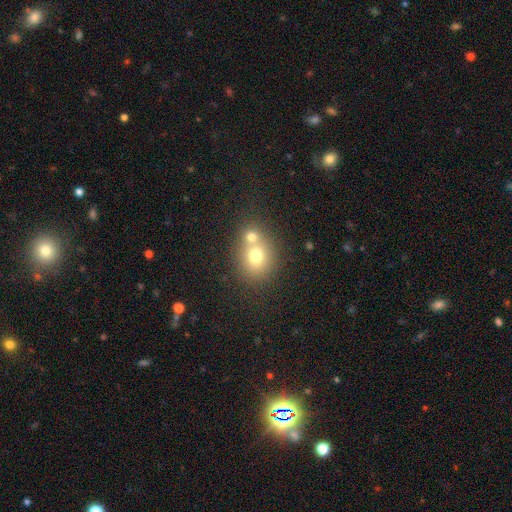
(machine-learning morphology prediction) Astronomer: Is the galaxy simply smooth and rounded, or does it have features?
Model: smooth — 71%.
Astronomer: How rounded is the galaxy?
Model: round — 69%.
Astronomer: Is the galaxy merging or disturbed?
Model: merger — 46% (runner-up: none, 43%).